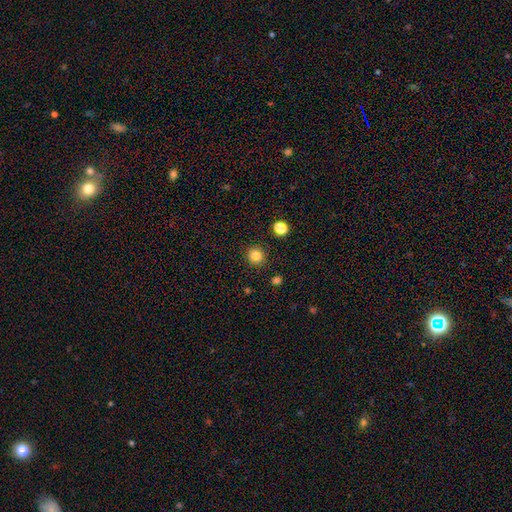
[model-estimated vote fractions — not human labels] Q: Smooth or featured?
A: smooth (84%); runner-up: star or artifact (12%)
Q: How rounded?
A: round (89%); runner-up: in between (10%)
Q: Merging?
A: none (90%); runner-up: minor disturbance (6%)